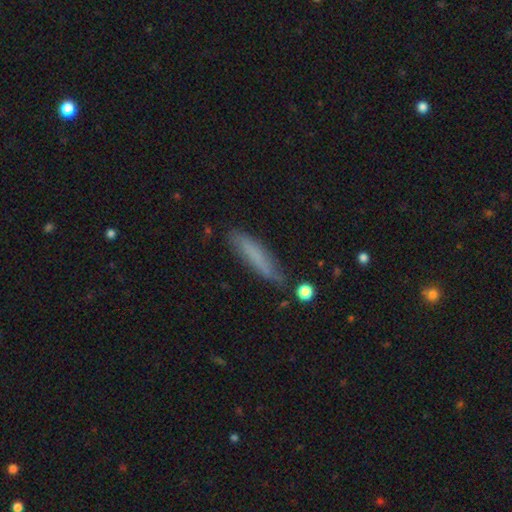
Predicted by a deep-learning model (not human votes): A smooth galaxy with no disk features (70%) that is cigar-shaped (85%).

Vote fractions:
- Smooth or featured? smooth: 70% / featured or disk: 22% / star or artifact: 8%
- How rounded? cigar-shaped: 85% / in between: 13% / round: 1%
- Merging? none: 75% / minor disturbance: 18% / major disturbance: 4% / merger: 3%